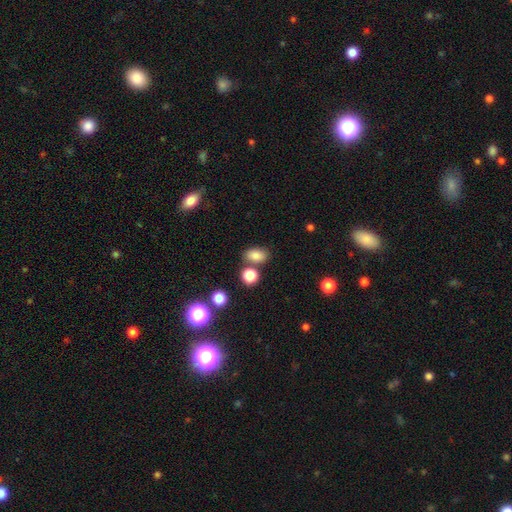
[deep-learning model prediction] smooth-or-featured: smooth: 82% | star or artifact: 11% | featured or disk: 7%
  how-rounded: in between: 82% | round: 17% | cigar-shaped: 2%
  merging: none: 72% | merger: 14% | minor disturbance: 11% | major disturbance: 4%